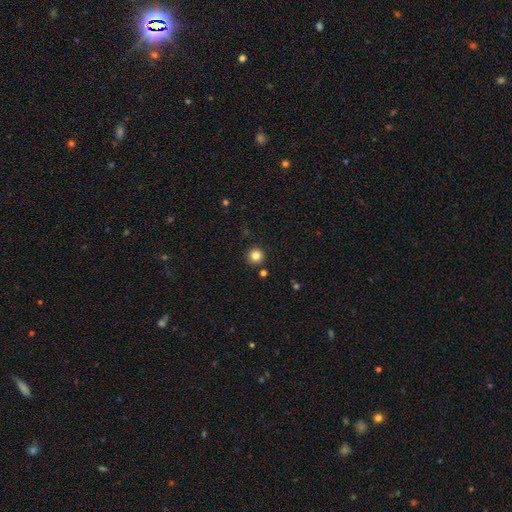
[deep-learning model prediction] smooth_or_featured: smooth (p=0.83) [alt: star or artifact p=0.12]
how_rounded: round (p=0.95) [alt: in between p=0.04]
merging: none (p=0.90) [alt: minor disturbance p=0.05]